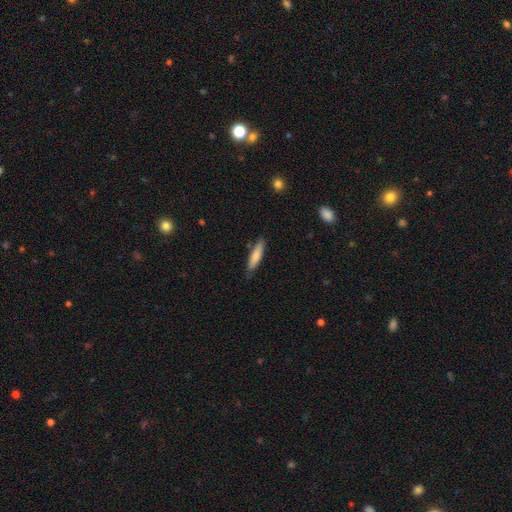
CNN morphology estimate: A smooth galaxy with no disk features (76%) that is cigar-shaped (78%). Merging: none (82%).